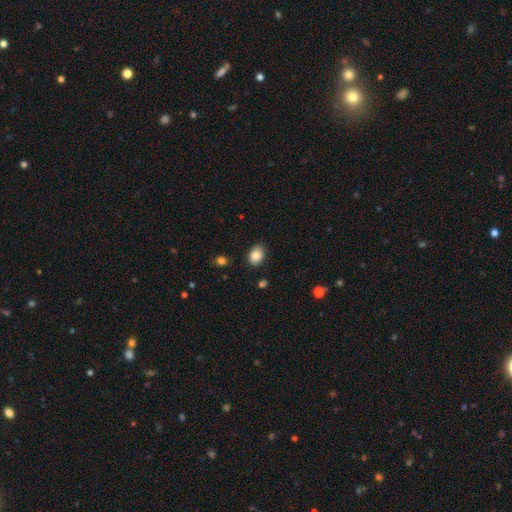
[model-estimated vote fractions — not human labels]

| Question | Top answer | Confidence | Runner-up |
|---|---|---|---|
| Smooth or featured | smooth | 86% | star or artifact (8%) |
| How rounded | in between | 73% | round (26%) |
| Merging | none | 83% | minor disturbance (13%) |